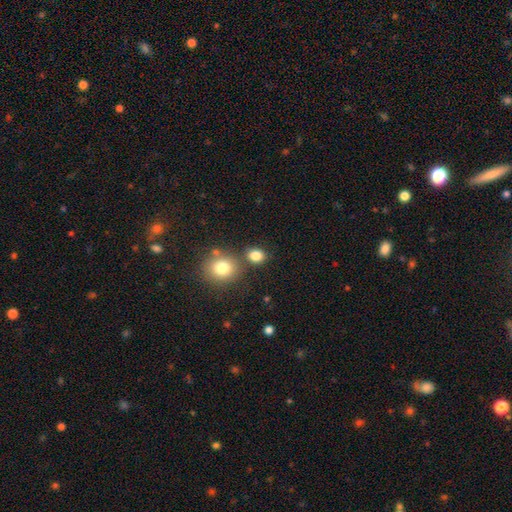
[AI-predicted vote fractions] This appears to be a smooth galaxy with no disk features (82%) that is round (58%). Merging: none (71%).